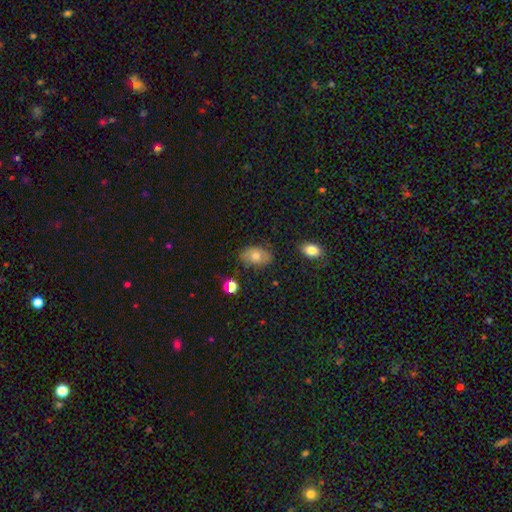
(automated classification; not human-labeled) Overall: smooth (66%). How rounded: in between (85%). Merging: none (78%).